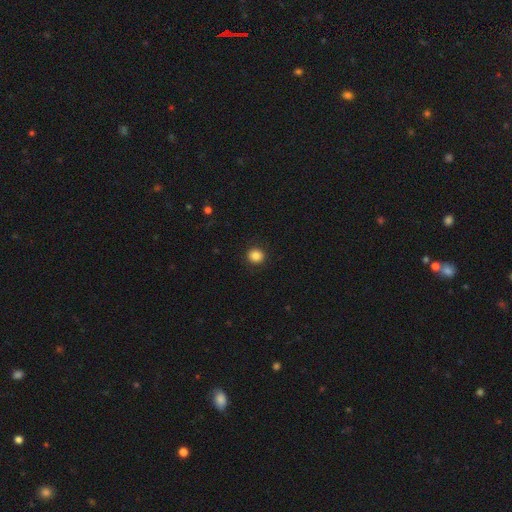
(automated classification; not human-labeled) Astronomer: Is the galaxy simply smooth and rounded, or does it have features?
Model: smooth — 84%.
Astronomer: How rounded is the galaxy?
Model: round — 91%.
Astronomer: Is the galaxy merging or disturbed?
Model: none — 91%.